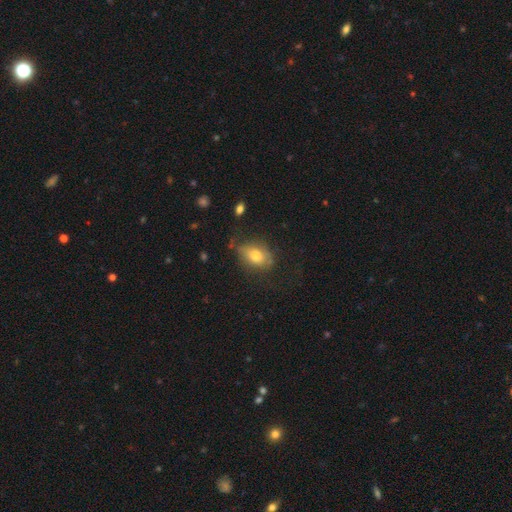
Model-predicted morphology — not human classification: Smooth or featured?
  - smooth: 72% *
  - featured or disk: 19%
  - star or artifact: 9%
How rounded?
  - in between: 82% *
  - round: 15%
  - cigar-shaped: 2%
Merging?
  - none: 60% *
  - minor disturbance: 26%
  - major disturbance: 11%
  - merger: 3%